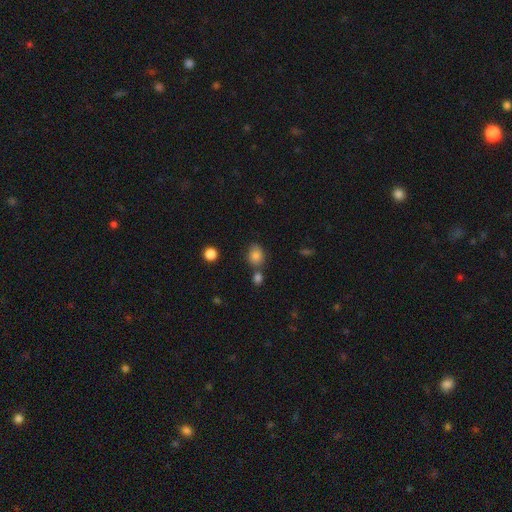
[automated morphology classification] Smooth or featured? smooth (82%)
How rounded? in between (52%)
Merging? none (66%)